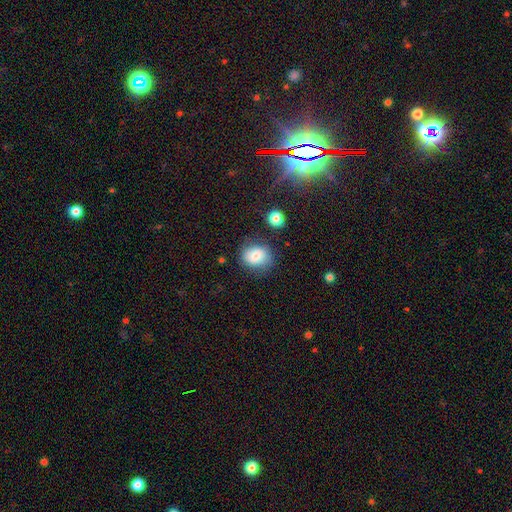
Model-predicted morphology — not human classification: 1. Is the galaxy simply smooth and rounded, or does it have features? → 79% smooth, 12% featured or disk, 9% star or artifact.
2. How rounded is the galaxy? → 60% round, 39% in between, 1% cigar-shaped.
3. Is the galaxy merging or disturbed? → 73% none, 17% minor disturbance, 6% major disturbance, 4% merger.